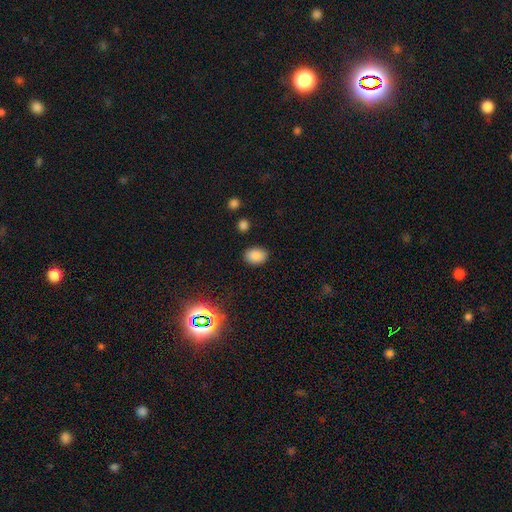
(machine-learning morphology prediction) Smooth or featured?
  - smooth: 85% *
  - star or artifact: 11%
  - featured or disk: 4%
How rounded?
  - in between: 72% *
  - round: 27%
  - cigar-shaped: 1%
Merging?
  - none: 86% *
  - minor disturbance: 10%
  - major disturbance: 3%
  - merger: 2%